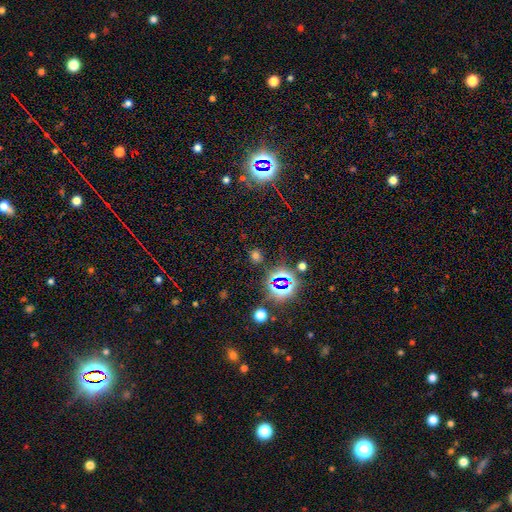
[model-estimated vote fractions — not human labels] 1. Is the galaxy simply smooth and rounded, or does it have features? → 50% smooth, 44% star or artifact, 6% featured or disk.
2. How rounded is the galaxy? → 74% round, 24% in between, 2% cigar-shaped.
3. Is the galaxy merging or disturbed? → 84% none, 9% minor disturbance, 4% major disturbance, 3% merger.